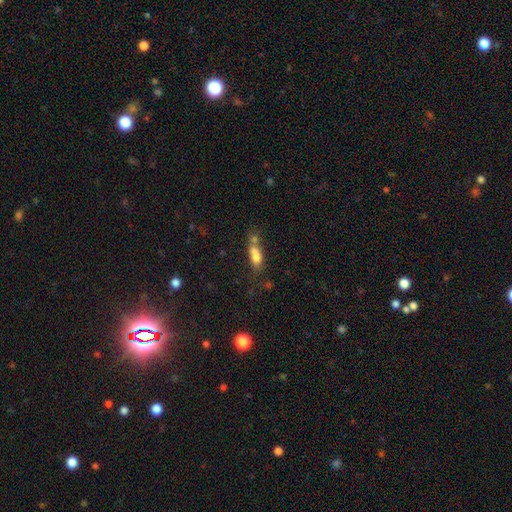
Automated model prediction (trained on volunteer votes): A smooth galaxy with no disk features (69%) that is in between round and cigar-shaped (70%).

Vote fractions:
- Smooth or featured? smooth: 69% / featured or disk: 20% / star or artifact: 11%
- How rounded? in between: 70% / cigar-shaped: 18% / round: 12%
- Merging? merger: 52% / none: 26% / minor disturbance: 13% / major disturbance: 9%